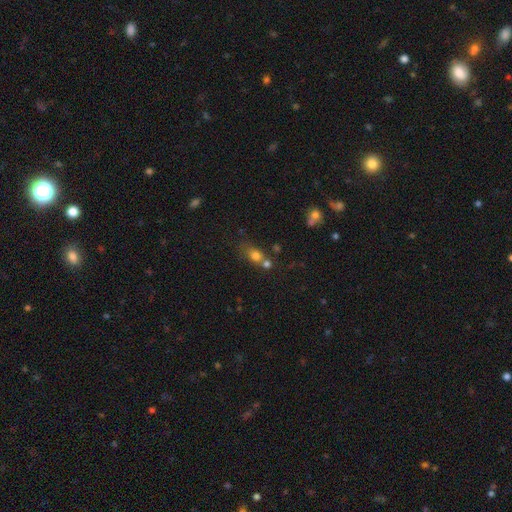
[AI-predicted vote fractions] smooth_or_featured: smooth (p=0.73) [alt: star or artifact p=0.15]
how_rounded: round (p=0.55) [alt: in between p=0.42]
merging: merger (p=0.40) [tied with: none p=0.40]